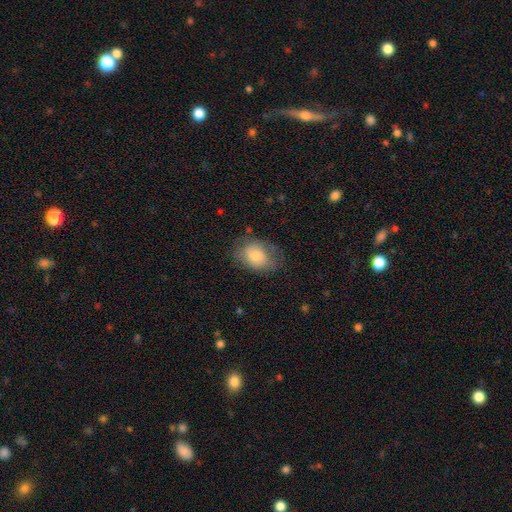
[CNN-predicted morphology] Smooth or featured: smooth — 68% (featured or disk — 24%)
How rounded: in between — 71% (round — 28%)
Merging: none — 62% (minor disturbance — 26%)